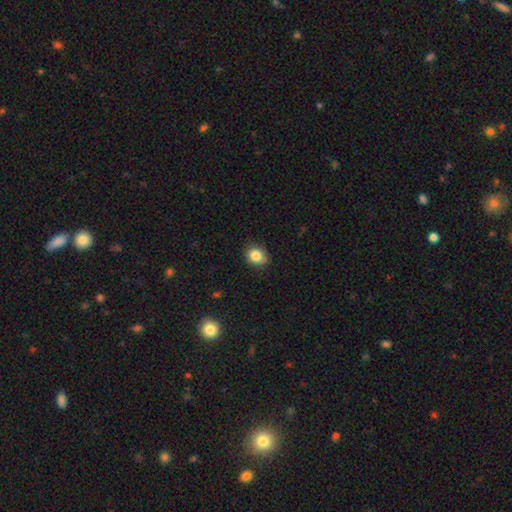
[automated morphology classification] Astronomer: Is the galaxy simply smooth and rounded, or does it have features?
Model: smooth — 84%.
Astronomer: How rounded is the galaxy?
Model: round — 70%.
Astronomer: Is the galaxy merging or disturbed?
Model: none — 81%.